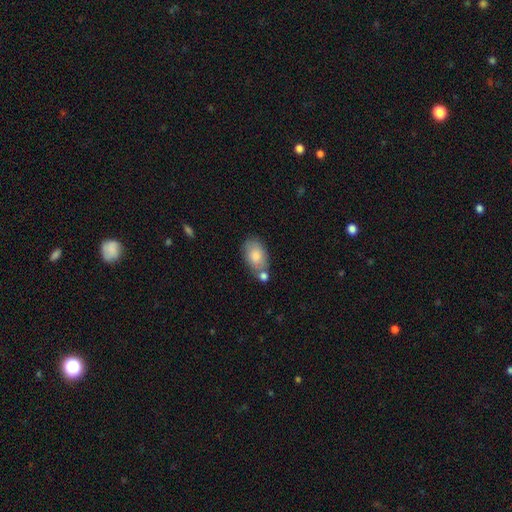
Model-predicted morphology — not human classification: Q: Smooth or featured?
A: smooth (80%); runner-up: featured or disk (14%)
Q: How rounded?
A: in between (90%); runner-up: round (9%)
Q: Merging?
A: none (54%); runner-up: merger (22%)